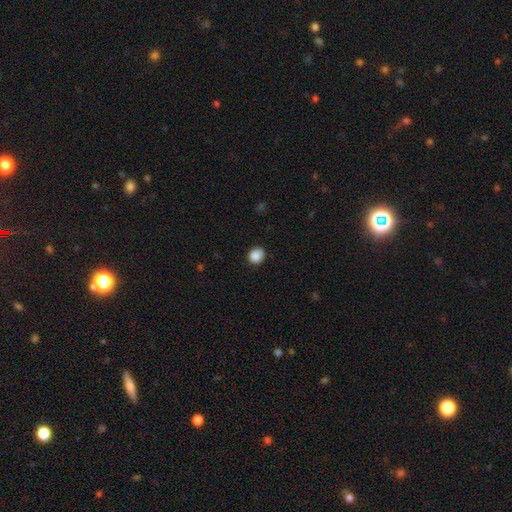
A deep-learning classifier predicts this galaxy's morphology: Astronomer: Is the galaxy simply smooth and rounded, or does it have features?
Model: smooth — 87%.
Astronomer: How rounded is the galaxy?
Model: round — 78%.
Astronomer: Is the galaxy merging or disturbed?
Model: none — 83%.